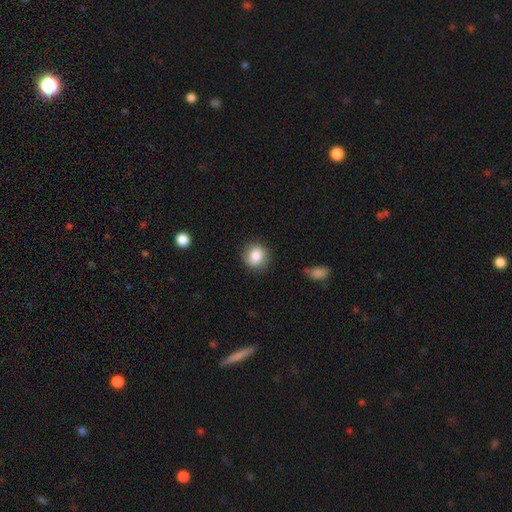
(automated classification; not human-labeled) smooth_or_featured: smooth (p=0.84) [alt: featured or disk p=0.08]
how_rounded: round (p=0.83) [alt: in between p=0.16]
merging: none (p=0.83) [alt: minor disturbance p=0.12]